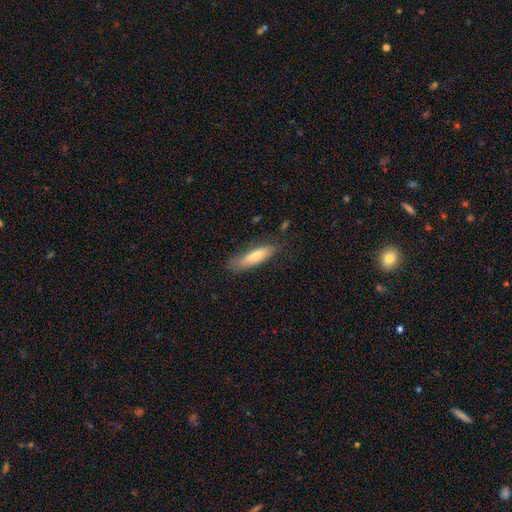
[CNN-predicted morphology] type=smooth (68%); roundness=cigar-shaped (73%); merging=none (76%).